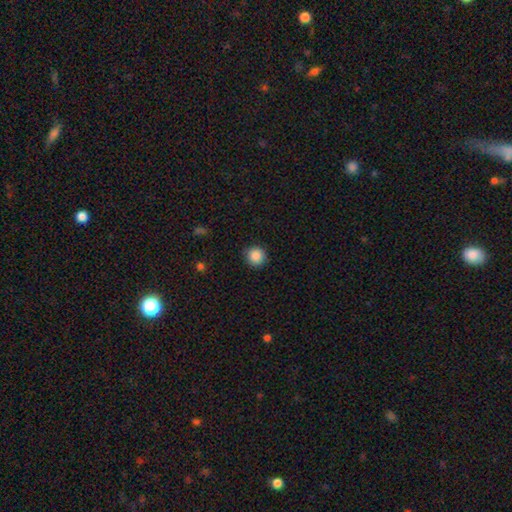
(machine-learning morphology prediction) Smooth or featured: smooth — 88% (star or artifact — 9%)
How rounded: round — 94% (in between — 5%)
Merging: none — 90% (minor disturbance — 7%)